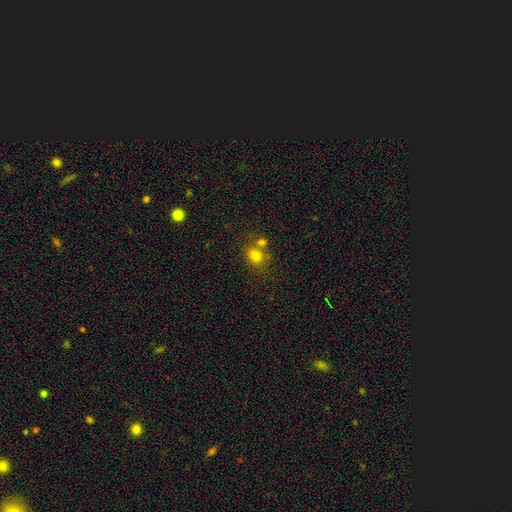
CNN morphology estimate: Smooth or featured?
  - smooth: 77% *
  - star or artifact: 14%
  - featured or disk: 9%
How rounded?
  - in between: 51% *
  - round: 48%
  - cigar-shaped: 1%
Merging?
  - none: 53% *
  - merger: 31%
  - minor disturbance: 12%
  - major disturbance: 4%